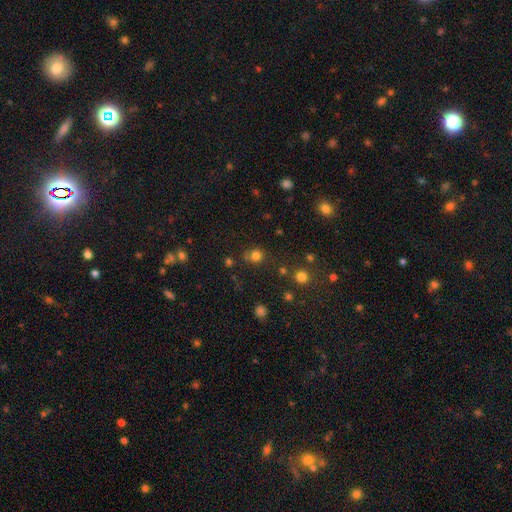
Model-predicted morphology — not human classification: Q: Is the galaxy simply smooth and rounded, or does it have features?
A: smooth — 77%.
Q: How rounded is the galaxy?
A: round — 85%.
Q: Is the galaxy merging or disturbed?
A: none — 72%.